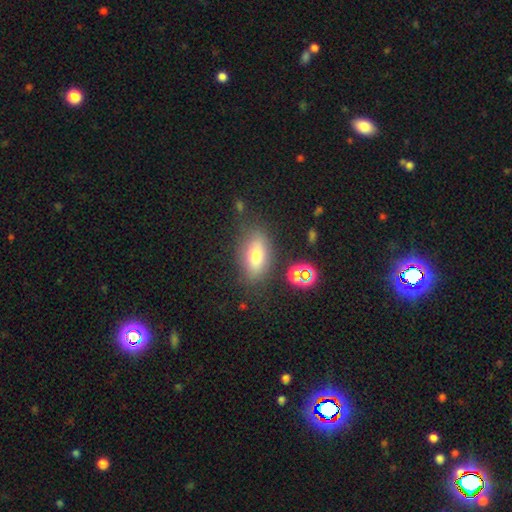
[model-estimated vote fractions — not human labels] A smooth galaxy with no disk features (71%) that is in between round and cigar-shaped (83%).

Vote fractions:
- Smooth or featured? smooth: 71% / featured or disk: 18% / star or artifact: 12%
- How rounded? in between: 83% / cigar-shaped: 9% / round: 7%
- Merging? none: 75% / minor disturbance: 15% / major disturbance: 5% / merger: 5%